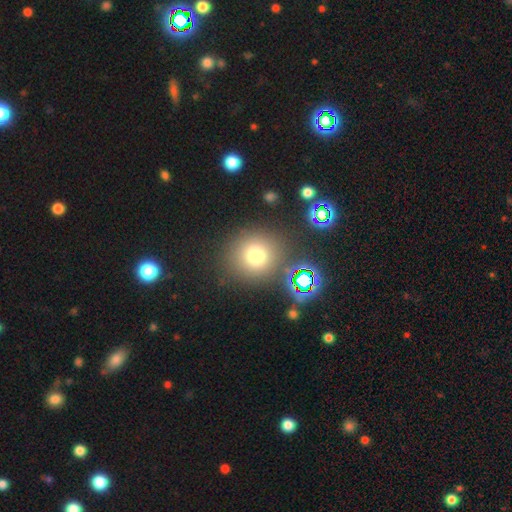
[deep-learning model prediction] Smooth or featured: smooth — 72% (star or artifact — 20%)
How rounded: round — 91% (in between — 8%)
Merging: none — 81% (minor disturbance — 8%)